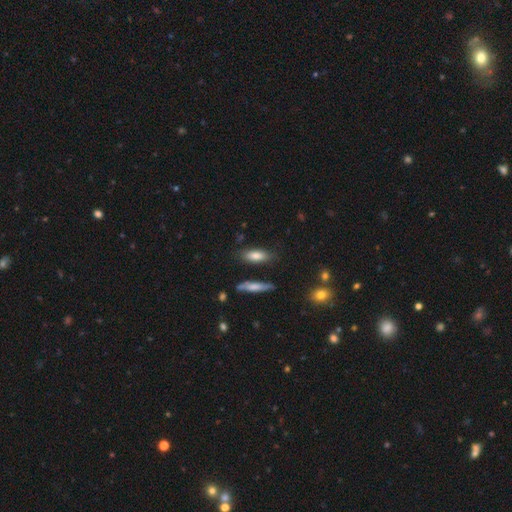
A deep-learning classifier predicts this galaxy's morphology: A smooth galaxy with no disk features (77%) that is in between round and cigar-shaped (65%).

Vote fractions:
- Smooth or featured? smooth: 77% / featured or disk: 15% / star or artifact: 8%
- How rounded? in between: 65% / cigar-shaped: 32% / round: 3%
- Merging? none: 77% / minor disturbance: 15% / merger: 5% / major disturbance: 4%